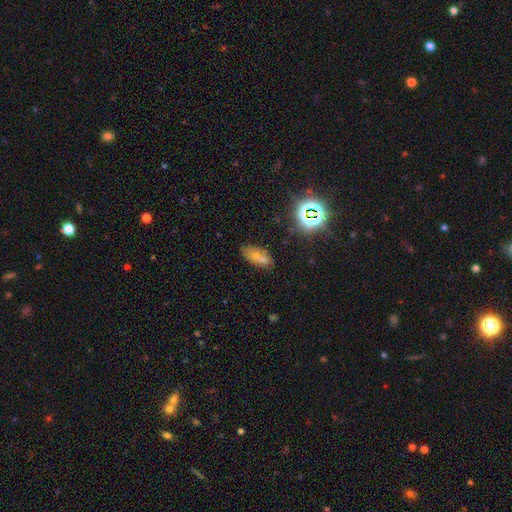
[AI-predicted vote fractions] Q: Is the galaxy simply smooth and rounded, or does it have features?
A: smooth — 54%.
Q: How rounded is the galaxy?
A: in between — 81%.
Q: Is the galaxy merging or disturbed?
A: none — 64%.